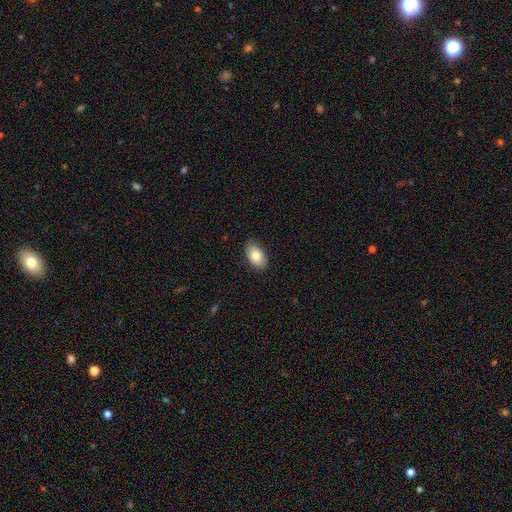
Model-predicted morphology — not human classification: A smooth galaxy with no disk features (81%) that is in between round and cigar-shaped (91%).

Vote fractions:
- Smooth or featured? smooth: 81% / featured or disk: 12% / star or artifact: 7%
- How rounded? in between: 91% / round: 7% / cigar-shaped: 1%
- Merging? none: 82% / minor disturbance: 14% / major disturbance: 2% / merger: 1%